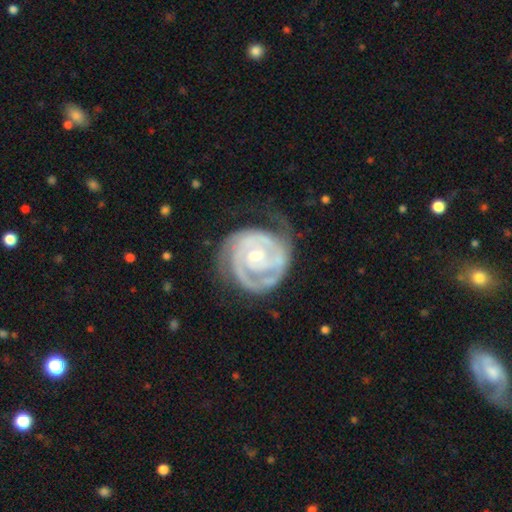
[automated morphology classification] type=featured or disk (89%); edge-on=no (98%); bar=no (63%); spiral arms=yes (97%); winding=tight (76%); arm count=2 (48%); bulge=small (56%); merging=none (61%).